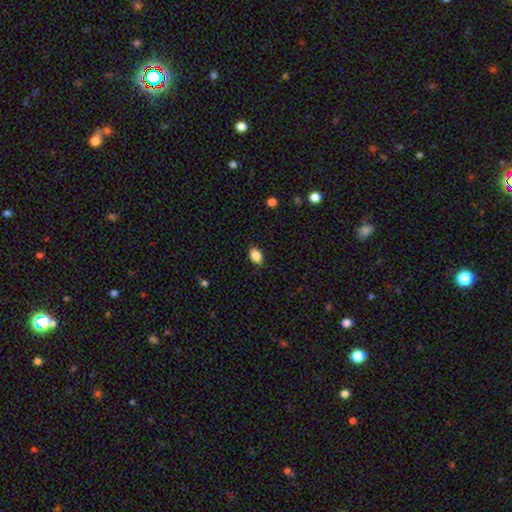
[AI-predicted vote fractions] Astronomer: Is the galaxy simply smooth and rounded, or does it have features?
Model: smooth — 87%.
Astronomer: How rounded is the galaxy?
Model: in between — 68%.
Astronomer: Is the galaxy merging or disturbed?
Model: none — 86%.